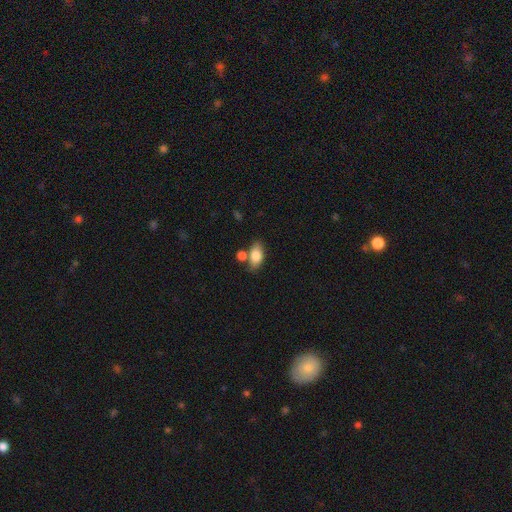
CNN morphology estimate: Q: Smooth or featured?
A: smooth (81%); runner-up: featured or disk (12%)
Q: How rounded?
A: in between (88%); runner-up: round (9%)
Q: Merging?
A: none (59%); runner-up: merger (22%)